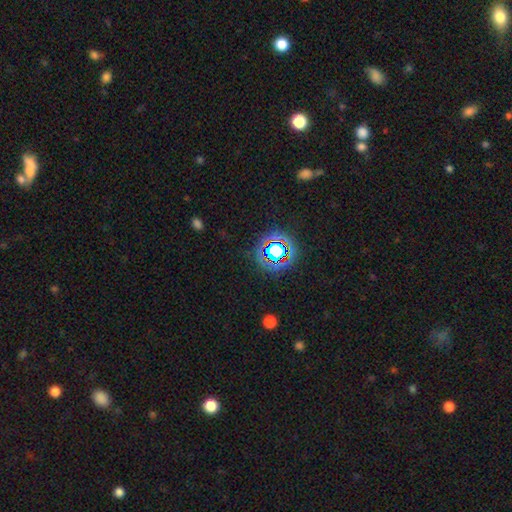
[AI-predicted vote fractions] Smooth or featured?
  - star or artifact: 76% *
  - smooth: 15%
  - featured or disk: 9%